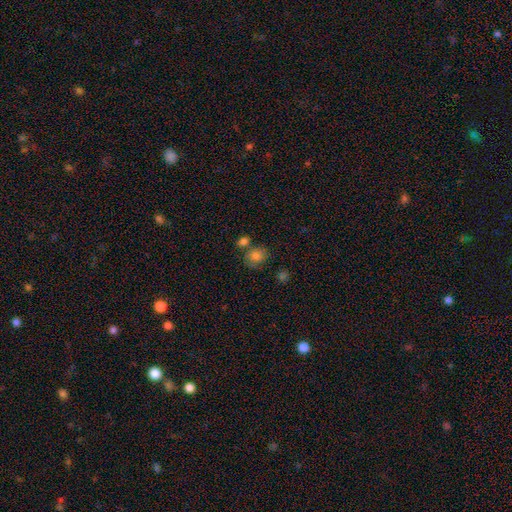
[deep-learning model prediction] Morphology: type=smooth (78%); roundness=round (60%); merging=none (58%).